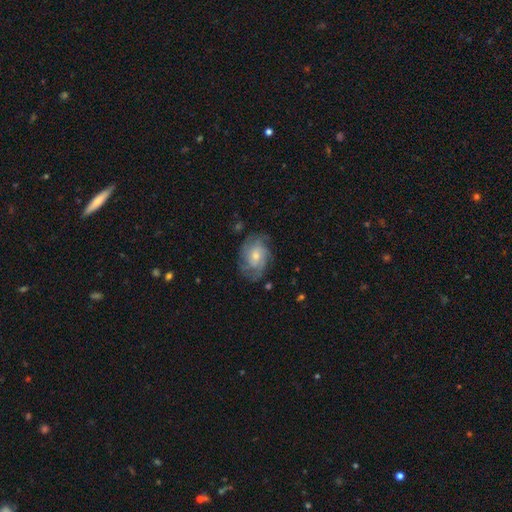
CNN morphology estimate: Q: Smooth or featured?
A: featured or disk (75%); runner-up: smooth (17%)
Q: Edge-on disk?
A: no (97%); runner-up: yes (3%)
Q: Bar?
A: no (70%); runner-up: weak (26%)
Q: Spiral arms?
A: yes (93%); runner-up: no (7%)
Q: Spiral winding?
A: tight (50%); runner-up: medium (38%)
Q: Spiral arm count?
A: can't tell (31%); runner-up: 3 (23%)
Q: Bulge size?
A: small (49%); runner-up: moderate (46%)
Q: Merging?
A: none (73%); runner-up: minor disturbance (18%)